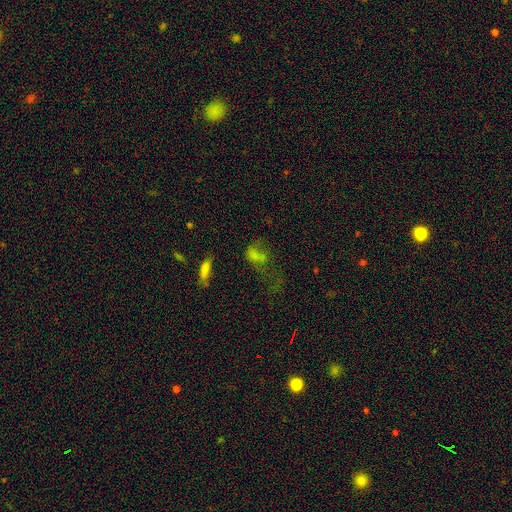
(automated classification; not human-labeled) A smooth galaxy with no disk features (54%) that is in between round and cigar-shaped (74%).

Vote fractions:
- Smooth or featured? smooth: 54% / featured or disk: 27% / star or artifact: 19%
- How rounded? in between: 74% / round: 20% / cigar-shaped: 6%
- Merging? major disturbance: 43% / none: 25% / merger: 17% / minor disturbance: 15%